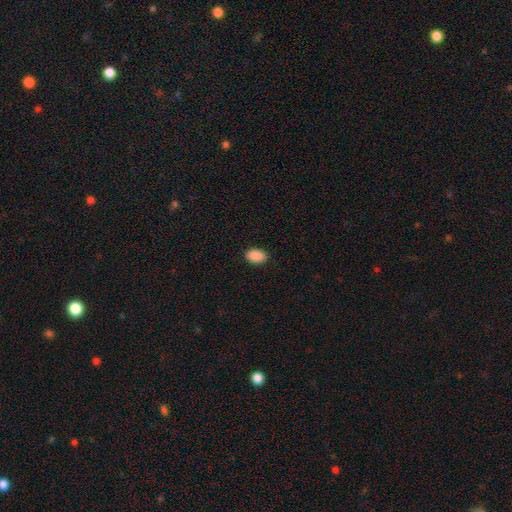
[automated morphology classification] smooth 90%, star or artifact 7%, featured or disk 2%. Down the decision tree: how rounded — in between (89%); merging — none (90%).